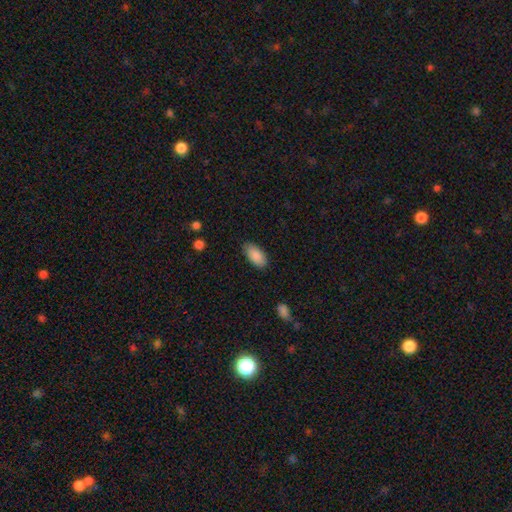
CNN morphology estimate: The model was most divided on "merging": none: 82%, minor disturbance: 14%, major disturbance: 3%, merger: 1%. More confident: how rounded — in between (93%); smooth or featured — smooth (89%).